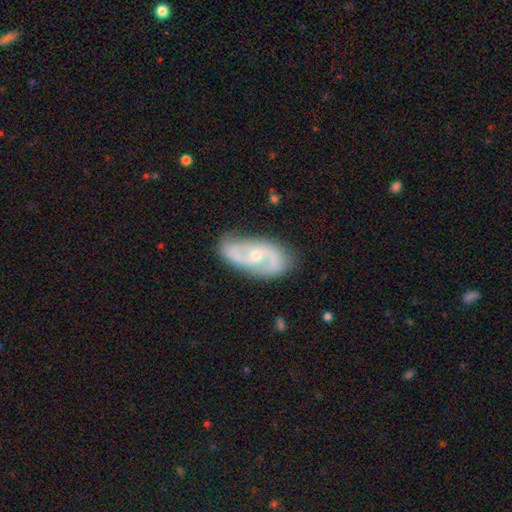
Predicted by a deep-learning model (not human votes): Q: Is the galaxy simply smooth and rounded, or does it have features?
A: featured or disk — 83%.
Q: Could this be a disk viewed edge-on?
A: no — 95%.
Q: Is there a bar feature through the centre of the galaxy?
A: no — 51%.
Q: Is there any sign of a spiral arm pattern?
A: yes — 94%.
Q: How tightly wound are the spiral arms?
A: medium — 49%.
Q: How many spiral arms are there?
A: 2 — 87%.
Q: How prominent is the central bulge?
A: small — 52%.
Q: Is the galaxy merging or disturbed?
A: none — 76%.